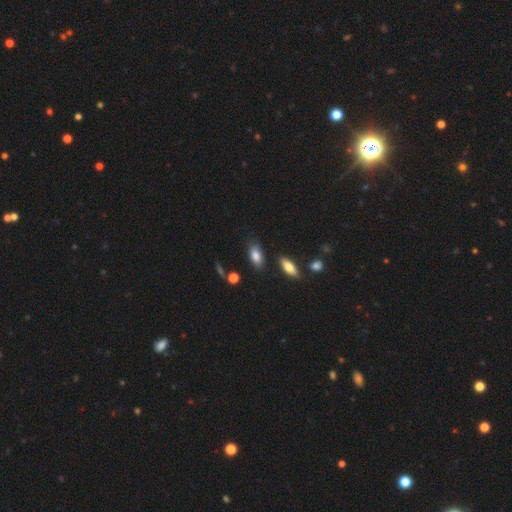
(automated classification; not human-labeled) Morphology: type=smooth (83%); roundness=in between (87%); merging=none (79%).